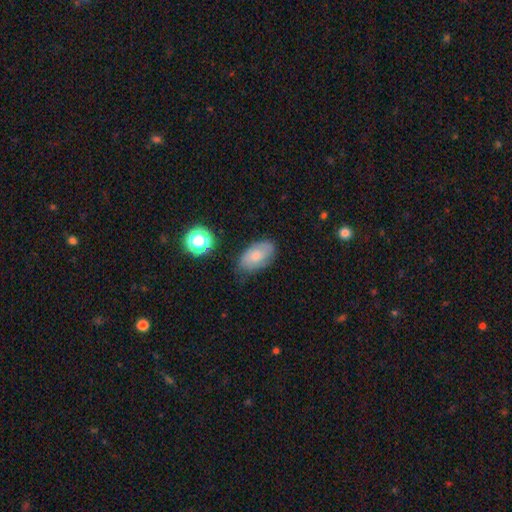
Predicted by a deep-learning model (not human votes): The model was most divided on "smooth or featured": smooth: 66%, featured or disk: 25%, star or artifact: 9%. More confident: how rounded — in between (91%); merging — none (69%).